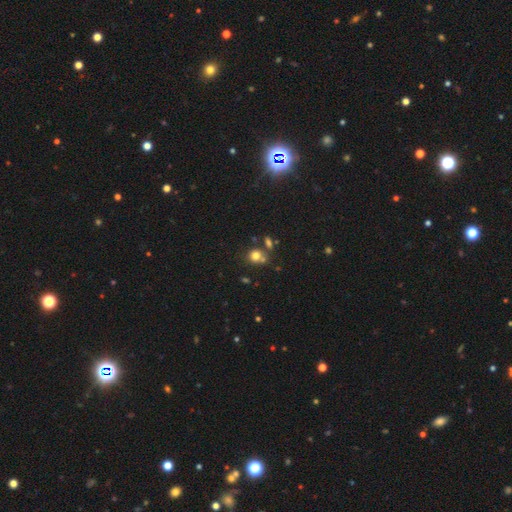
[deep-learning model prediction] smooth_or_featured: smooth (p=0.76) [alt: star or artifact p=0.14]
how_rounded: round (p=0.73) [alt: in between p=0.26]
merging: none (p=0.56) [alt: merger p=0.26]